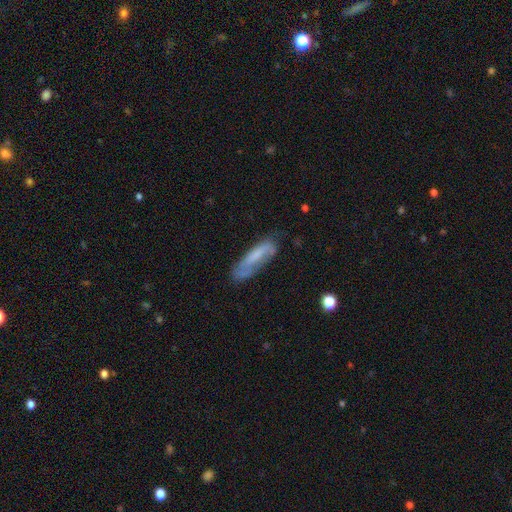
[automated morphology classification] Smooth or featured? Predicted: smooth (p=0.53). How rounded? Predicted: cigar-shaped (p=0.63). Merging? Predicted: none (p=0.57).